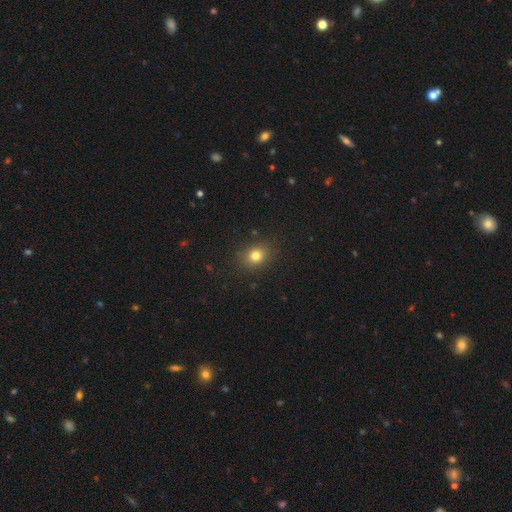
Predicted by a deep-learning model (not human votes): Smooth or featured? Predicted: smooth (p=0.79). How rounded? Predicted: round (p=0.59). Merging? Predicted: none (p=0.87).